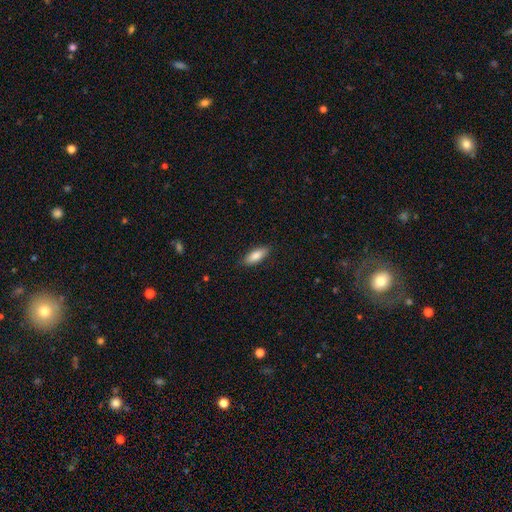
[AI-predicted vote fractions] A smooth galaxy with no disk features (84%) that is in between round and cigar-shaped (75%). Merging: none (86%).